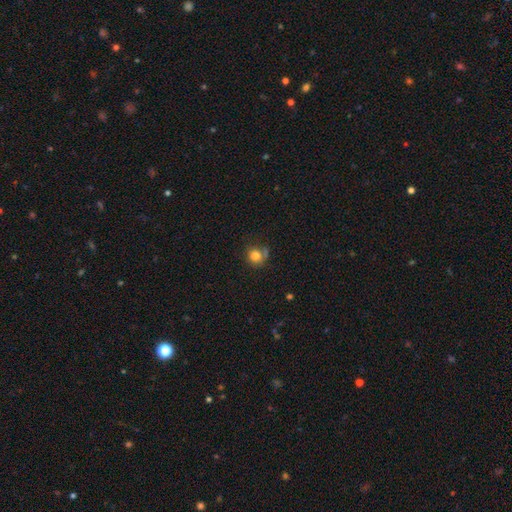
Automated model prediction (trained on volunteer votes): The model was most divided on "merging": none: 60%, minor disturbance: 21%, merger: 10%, major disturbance: 9%. More confident: how rounded — round (82%); smooth or featured — smooth (81%).